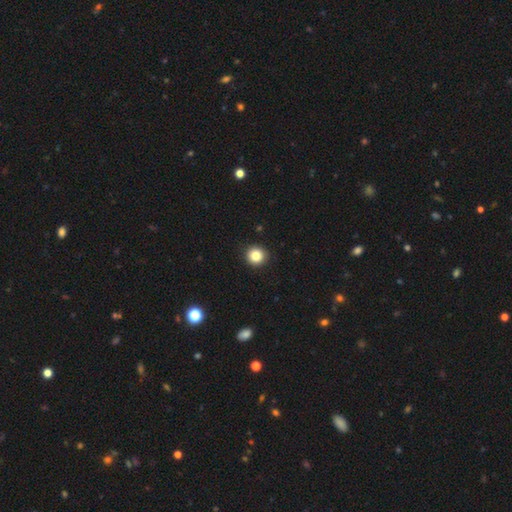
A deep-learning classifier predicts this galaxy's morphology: Smooth or featured? Predicted: smooth (p=0.84). How rounded? Predicted: round (p=0.94). Merging? Predicted: none (p=0.93).